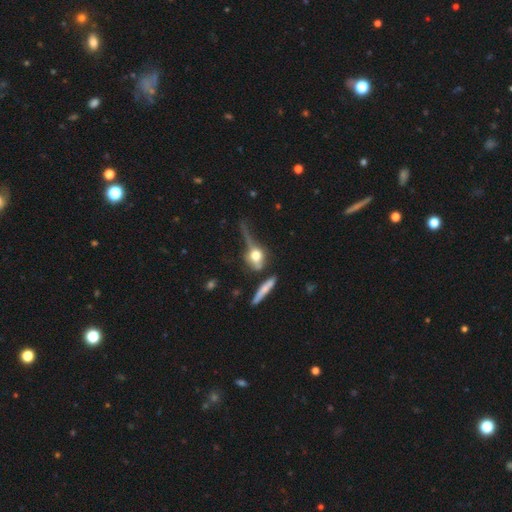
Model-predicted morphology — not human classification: Smooth or featured?
  - smooth: 50% *
  - featured or disk: 38%
  - star or artifact: 12%
How rounded?
  - round: 48% *
  - in between: 34%
  - cigar-shaped: 18%
Merging?
  - none: 35% *
  - major disturbance: 31%
  - minor disturbance: 20%
  - merger: 14%